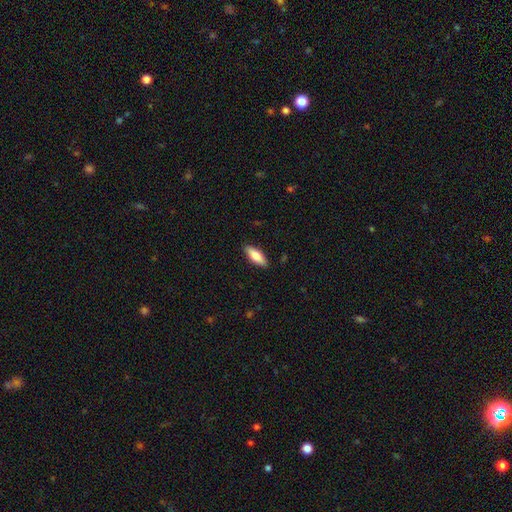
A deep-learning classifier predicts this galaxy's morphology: Smooth or featured? smooth (75%)
How rounded? in between (64%)
Merging? none (88%)